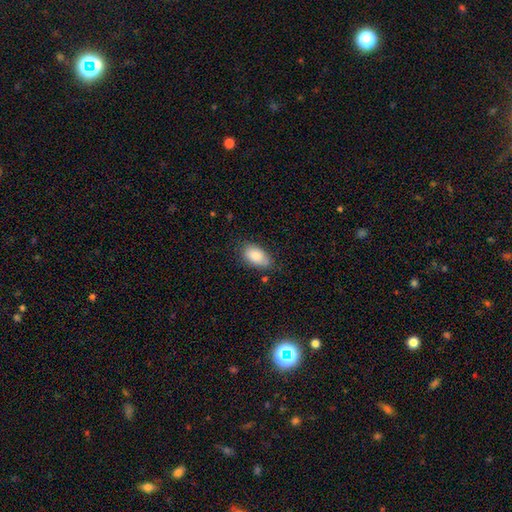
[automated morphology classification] Smooth or featured? smooth (86%)
How rounded? in between (93%)
Merging? none (74%)